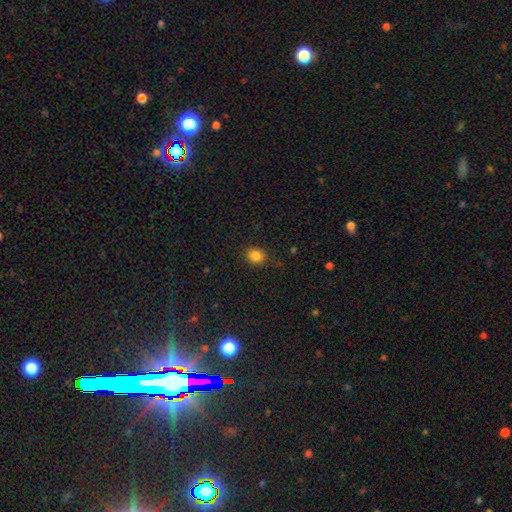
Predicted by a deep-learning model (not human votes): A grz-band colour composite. It shows a smooth galaxy with no disk features (84%) that is round (79%). Merging: none (89%).